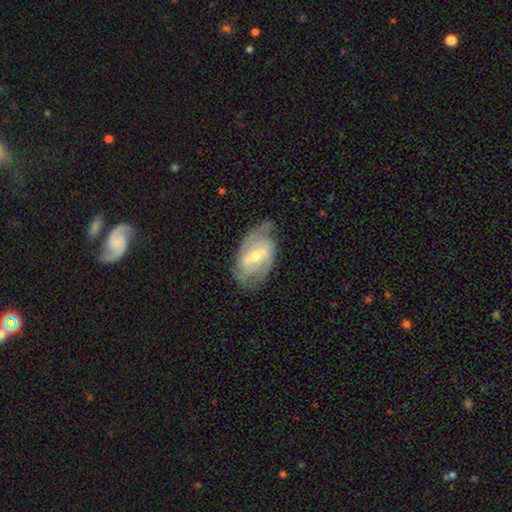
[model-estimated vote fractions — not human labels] This is clearly a featured or disk galaxy (80%). It is clearly not viewed edge-on (95%). Bar: possibly weak (47%). Spiral arm pattern: clearly yes (90%). Spiral arm count: likely 2 (63%). Spiral winding: marginally medium (42%). Central bulge: possibly small (49%). Merging: likely none (66%).